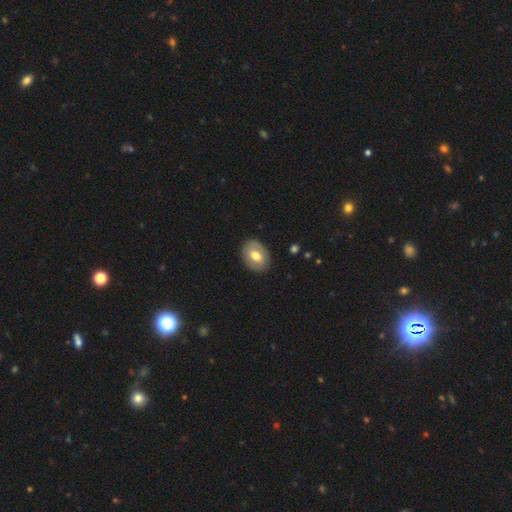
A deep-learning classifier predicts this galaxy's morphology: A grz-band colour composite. It shows a smooth galaxy with no disk features (59%) that is in between round and cigar-shaped (71%). Merging: none (86%).